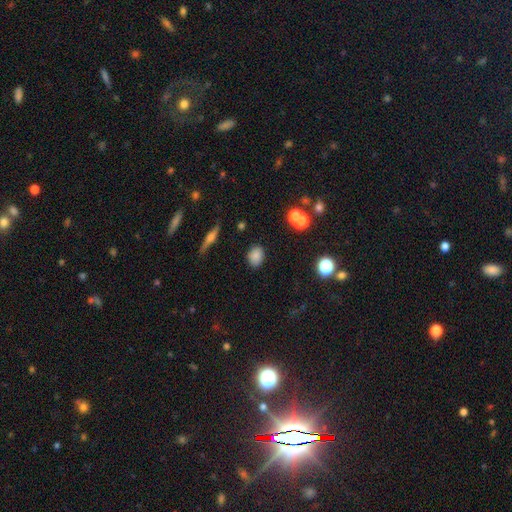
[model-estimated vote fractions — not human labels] smooth_or_featured: smooth (p=0.81) [alt: star or artifact p=0.12]
how_rounded: in between (p=0.61) [alt: round p=0.37]
merging: none (p=0.83) [alt: minor disturbance p=0.11]